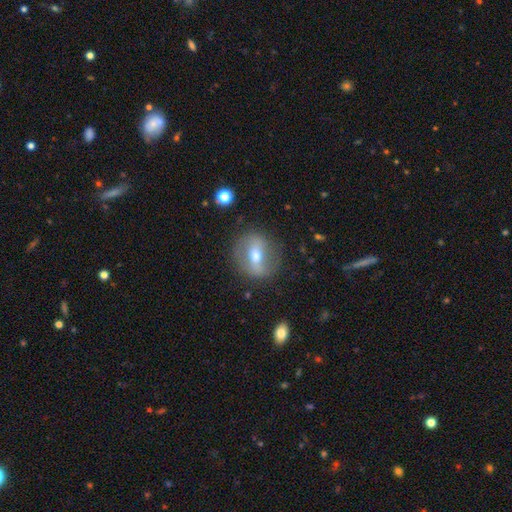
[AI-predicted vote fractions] A featured or disk galaxy (57%). Merging: none (80%).